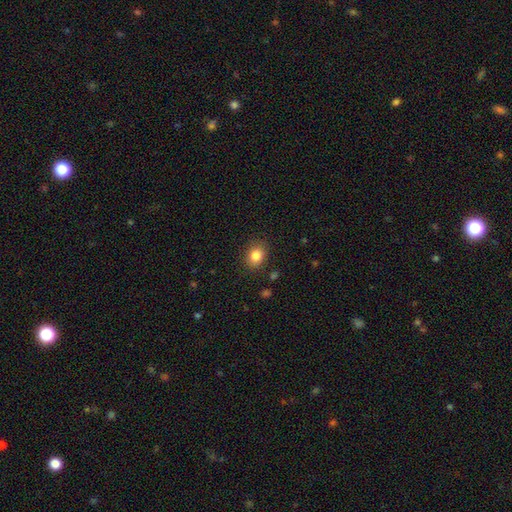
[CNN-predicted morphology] smooth 84%, star or artifact 10%, featured or disk 6%. Down the decision tree: how rounded — in between (52%); merging — none (85%).